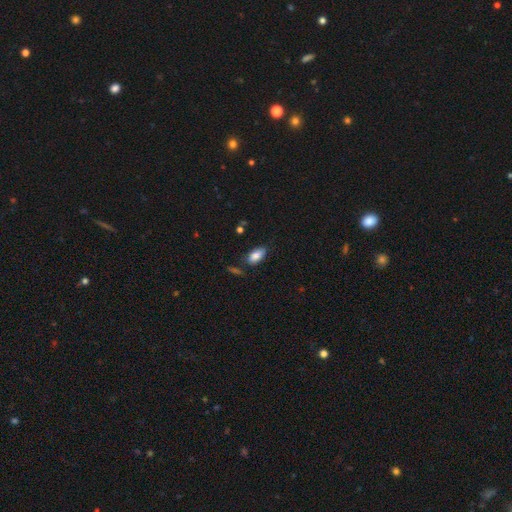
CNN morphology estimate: Smooth or featured: smooth — 85% (featured or disk — 8%)
How rounded: in between — 92% (cigar-shaped — 5%)
Merging: none — 76% (minor disturbance — 17%)